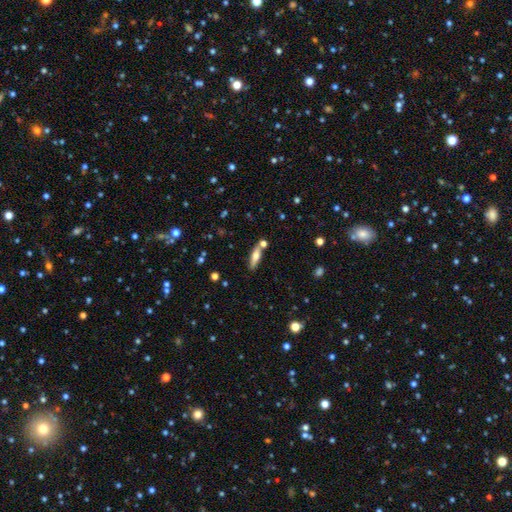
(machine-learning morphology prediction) Smooth or featured?
  - smooth: 62% *
  - featured or disk: 31%
  - star or artifact: 7%
How rounded?
  - cigar-shaped: 59% *
  - in between: 38%
  - round: 3%
Merging?
  - none: 71% *
  - merger: 13%
  - minor disturbance: 12%
  - major disturbance: 3%